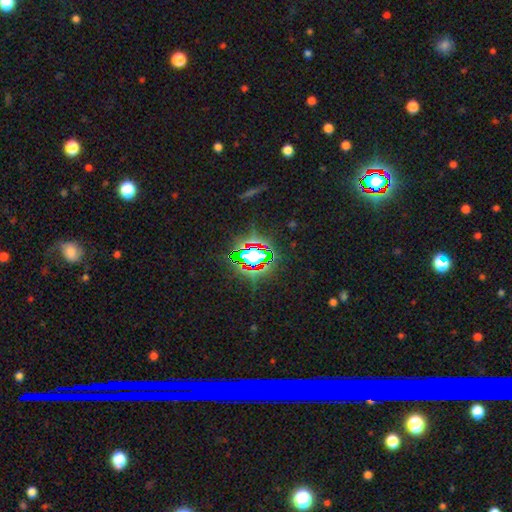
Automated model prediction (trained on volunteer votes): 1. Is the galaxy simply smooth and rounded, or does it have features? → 75% star or artifact, 14% smooth, 11% featured or disk.